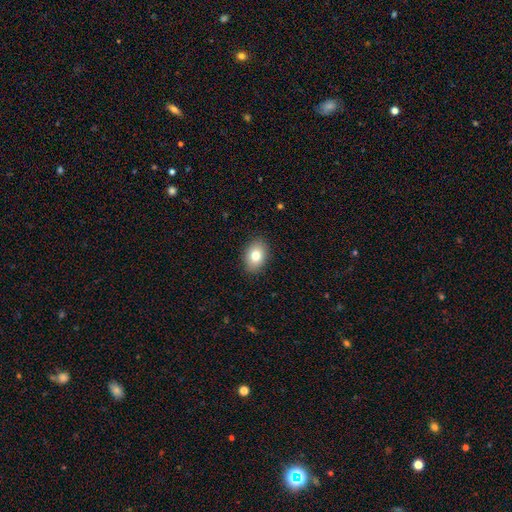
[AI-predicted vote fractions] Smooth or featured? smooth (79%)
How rounded? in between (76%)
Merging? none (89%)